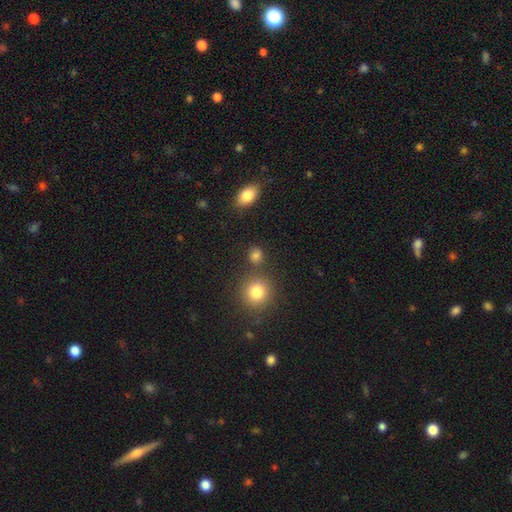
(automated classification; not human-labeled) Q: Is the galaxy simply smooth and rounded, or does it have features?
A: smooth — 80%.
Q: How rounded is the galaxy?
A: round — 70%.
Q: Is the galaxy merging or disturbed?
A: none — 76%.